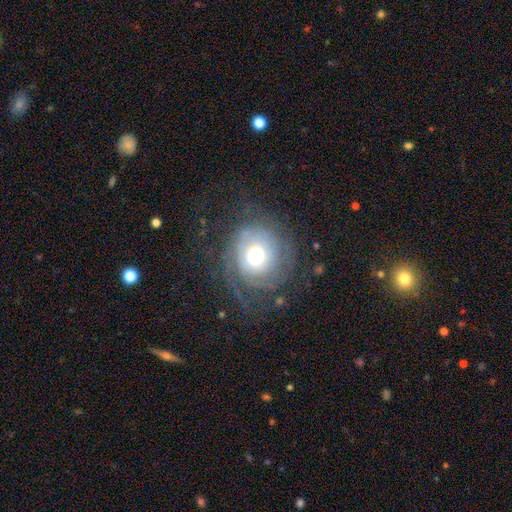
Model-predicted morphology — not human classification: type=featured or disk (67%); edge-on=no (97%); bar=no (78%); spiral arms=yes (84%); winding=tight (64%); arm count=can't tell (43%); bulge=moderate (62%); merging=none (65%).